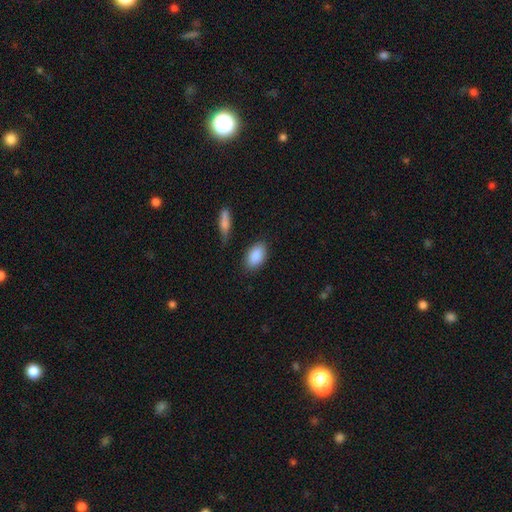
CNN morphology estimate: A smooth galaxy with no disk features (89%) that is in between round and cigar-shaped (91%). Merging: none (80%).